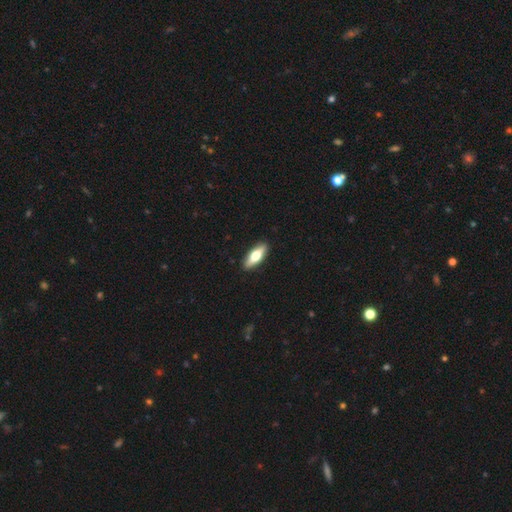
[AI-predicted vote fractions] Morphology: type=smooth (59%); roundness=in between (58%); merging=none (90%).